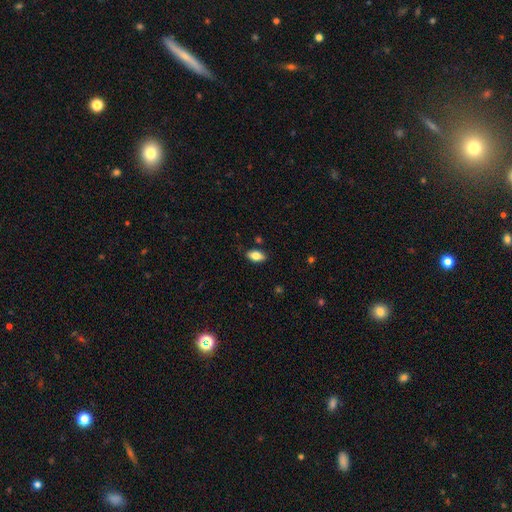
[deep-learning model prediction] A smooth galaxy with no disk features (80%) that is in between round and cigar-shaped (91%).

Vote fractions:
- Smooth or featured? smooth: 80% / featured or disk: 12% / star or artifact: 8%
- How rounded? in between: 91% / cigar-shaped: 5% / round: 4%
- Merging? none: 85% / minor disturbance: 11% / major disturbance: 2% / merger: 2%